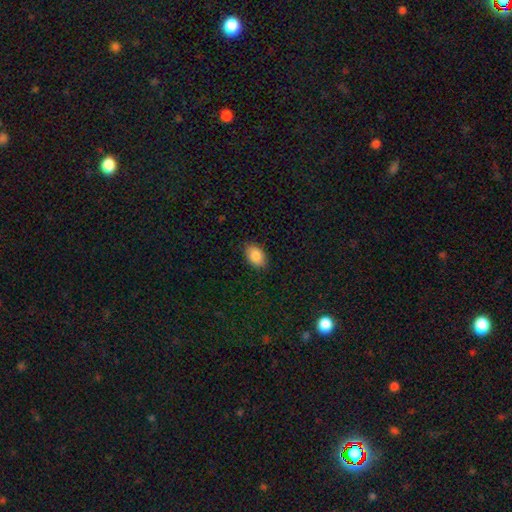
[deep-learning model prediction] A smooth galaxy with no disk features (87%) that is in between round and cigar-shaped (87%).

Vote fractions:
- Smooth or featured? smooth: 87% / star or artifact: 7% / featured or disk: 6%
- How rounded? in between: 87% / round: 12% / cigar-shaped: 1%
- Merging? none: 86% / minor disturbance: 11% / major disturbance: 2% / merger: 1%